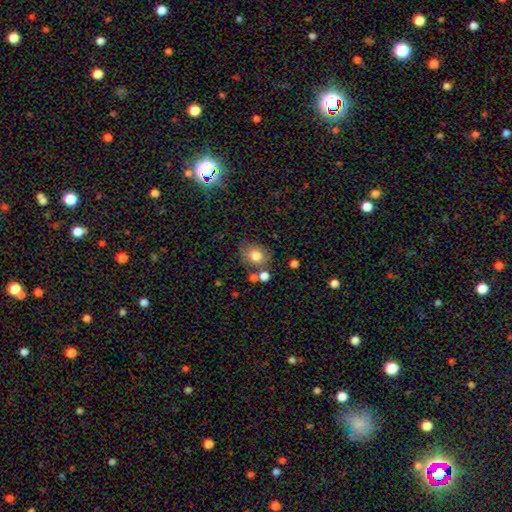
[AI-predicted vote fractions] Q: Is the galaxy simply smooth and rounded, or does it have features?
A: smooth — 77%.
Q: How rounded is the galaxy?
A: round — 59%.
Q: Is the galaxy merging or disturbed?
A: none — 63%.